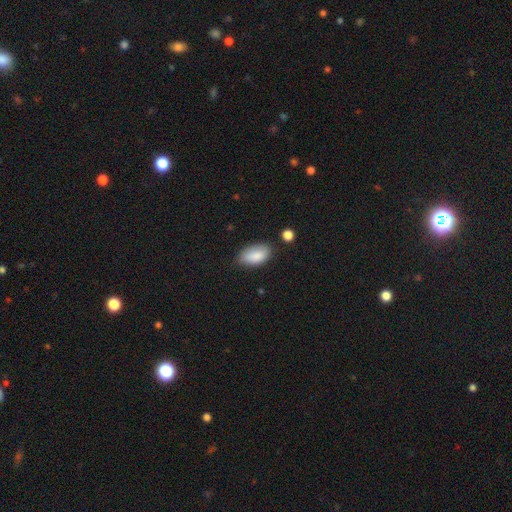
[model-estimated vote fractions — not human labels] Overall: smooth (87%). How rounded: in between (94%). Merging: none (71%).